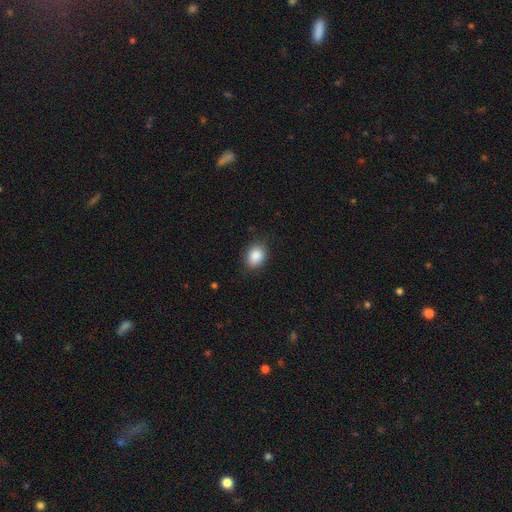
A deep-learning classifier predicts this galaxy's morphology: smooth-or-featured: smooth: 88% | star or artifact: 8% | featured or disk: 4%
  how-rounded: in between: 64% | round: 35% | cigar-shaped: 1%
  merging: none: 83% | minor disturbance: 13% | major disturbance: 3% | merger: 1%